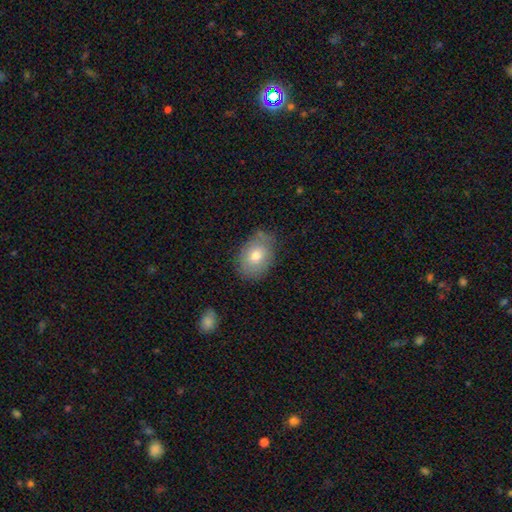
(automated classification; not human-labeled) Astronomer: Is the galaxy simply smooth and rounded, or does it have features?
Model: smooth — 73%.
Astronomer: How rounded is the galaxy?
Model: in between — 76%.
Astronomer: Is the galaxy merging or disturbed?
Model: none — 70%.